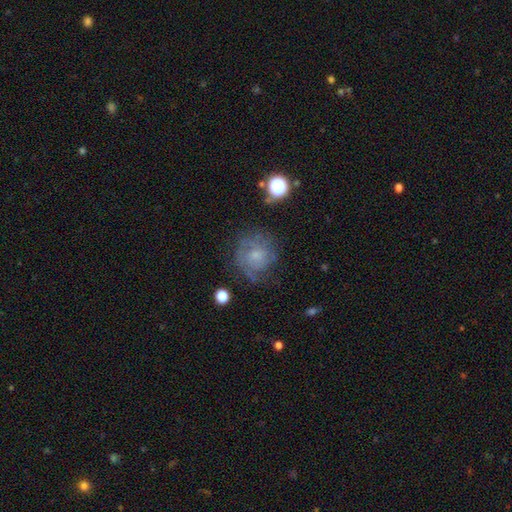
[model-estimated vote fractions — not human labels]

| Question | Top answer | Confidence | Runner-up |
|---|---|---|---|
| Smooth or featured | featured or disk | 47% | smooth (40%) |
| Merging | none | 60% | minor disturbance (22%) |